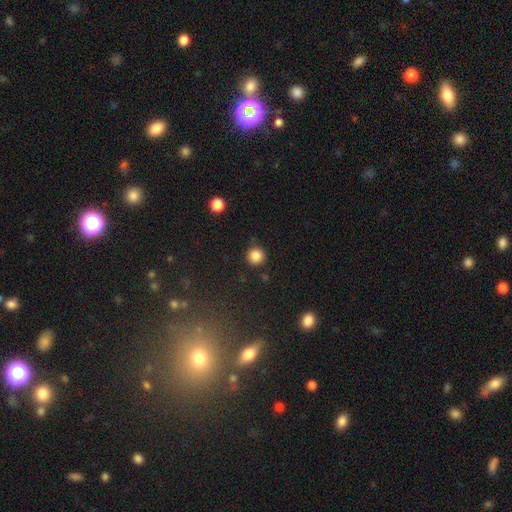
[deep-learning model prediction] Overall: smooth (86%). How rounded: round (94%). Merging: none (89%).